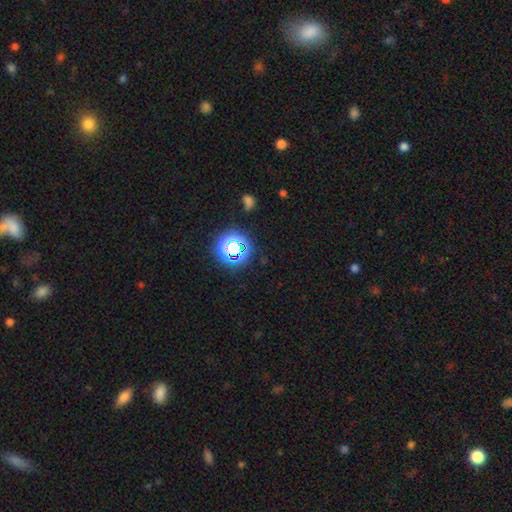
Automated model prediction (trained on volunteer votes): smooth_or_featured: star or artifact (p=0.72) [alt: smooth p=0.22]